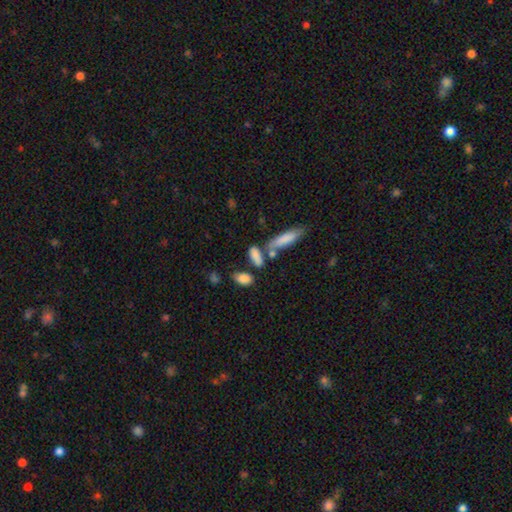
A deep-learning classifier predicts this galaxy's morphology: smooth_or_featured: smooth (p=0.80) [alt: featured or disk p=0.11]
how_rounded: in between (p=0.67) [alt: cigar-shaped p=0.28]
merging: none (p=0.53) [alt: merger p=0.24]